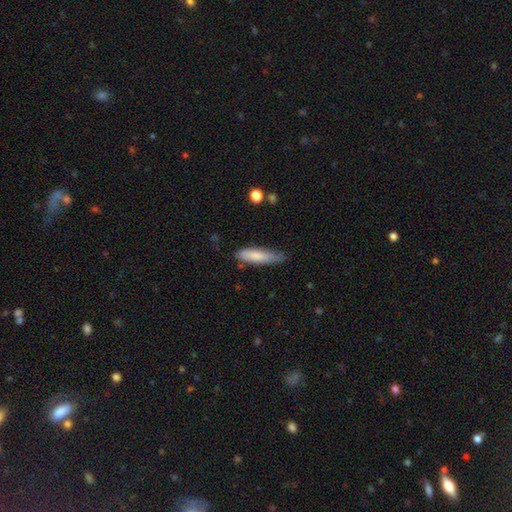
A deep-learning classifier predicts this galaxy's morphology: Smooth or featured: smooth — 80% (featured or disk — 14%)
How rounded: cigar-shaped — 69% (in between — 29%)
Merging: none — 64% (minor disturbance — 29%)